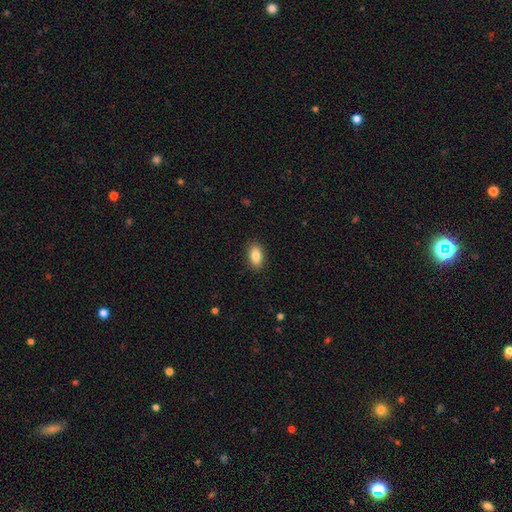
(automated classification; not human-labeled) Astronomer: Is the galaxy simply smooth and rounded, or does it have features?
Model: smooth — 84%.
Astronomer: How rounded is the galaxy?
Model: in between — 90%.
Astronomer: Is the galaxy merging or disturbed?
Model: none — 89%.